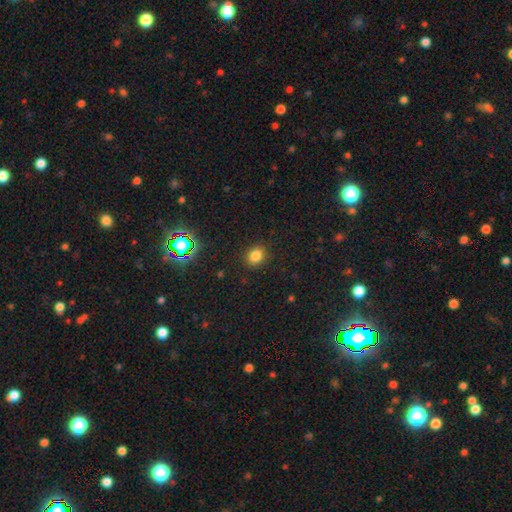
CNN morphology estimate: type=smooth (80%); roundness=round (61%); merging=none (88%).